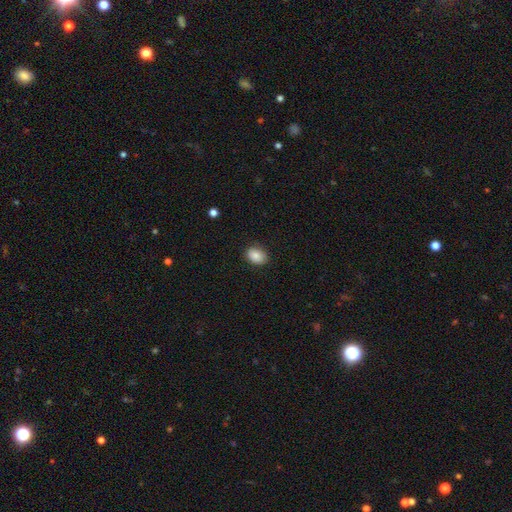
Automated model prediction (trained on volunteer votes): A smooth galaxy with no disk features (86%) that is in between round and cigar-shaped (75%). Merging: none (87%).